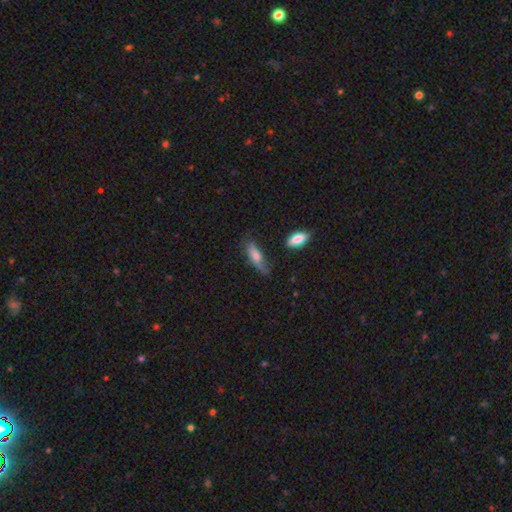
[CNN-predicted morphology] Smooth or featured: smooth — 63% (featured or disk — 29%)
How rounded: in between — 50% (cigar-shaped — 47%)
Merging: none — 52% (minor disturbance — 32%)